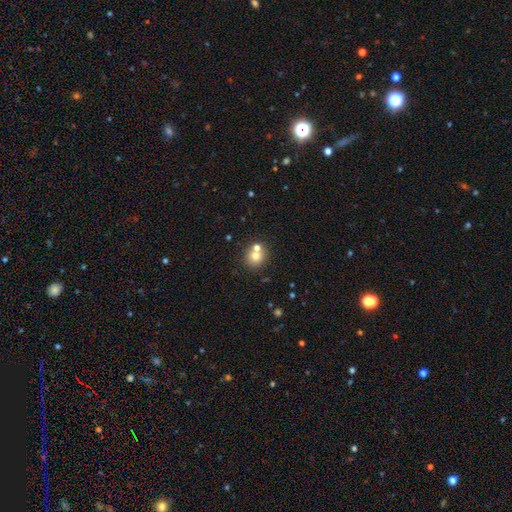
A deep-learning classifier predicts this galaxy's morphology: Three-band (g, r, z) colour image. It shows a smooth galaxy with no disk features (71%) that is round (84%). Merging: none (56%).